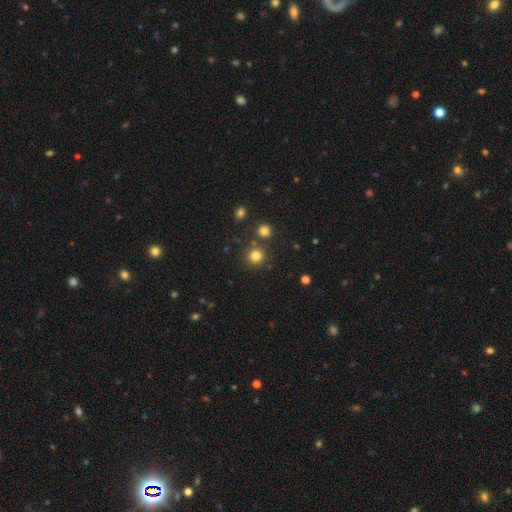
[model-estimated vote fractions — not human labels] Smooth or featured? Predicted: smooth (p=0.80). How rounded? Predicted: round (p=0.92). Merging? Predicted: none (p=0.80).